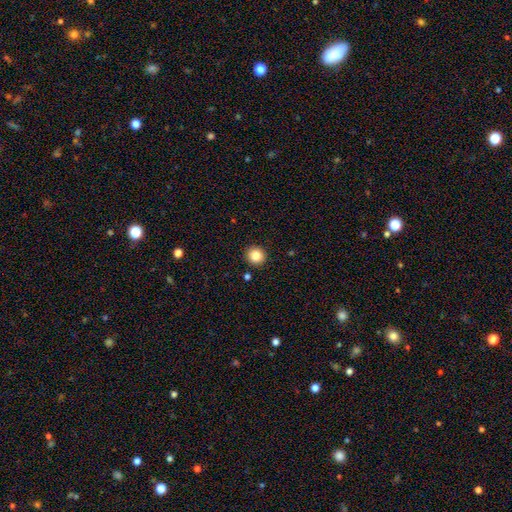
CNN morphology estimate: Smooth or featured? smooth (84%)
How rounded? round (93%)
Merging? none (92%)